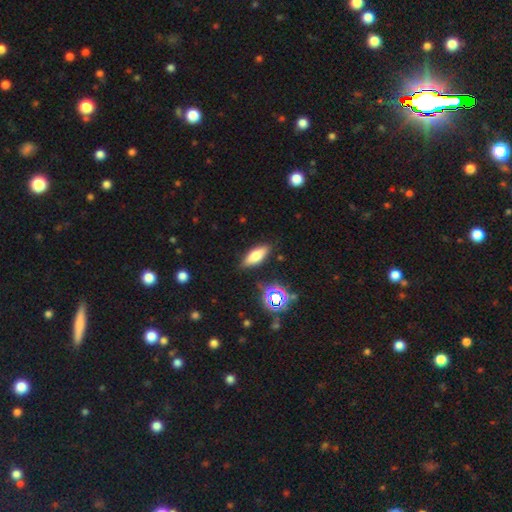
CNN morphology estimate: Smooth or featured?
  - smooth: 65% *
  - featured or disk: 21%
  - star or artifact: 13%
How rounded?
  - in between: 63% *
  - cigar-shaped: 33%
  - round: 4%
Merging?
  - none: 85% *
  - minor disturbance: 11%
  - major disturbance: 3%
  - merger: 2%